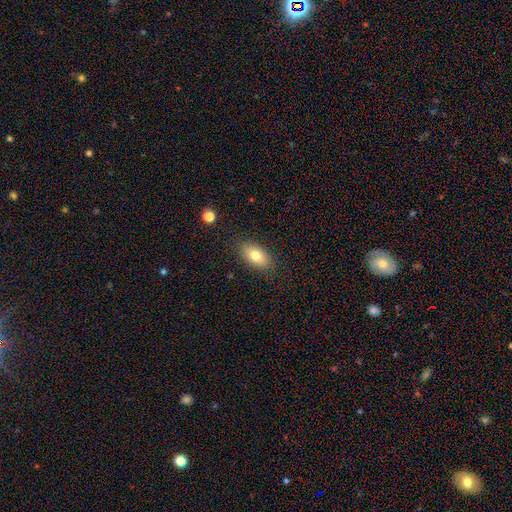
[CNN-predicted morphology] This is likely a smooth galaxy (78%). How rounded: clearly in between (91%). Merging: clearly none (84%).